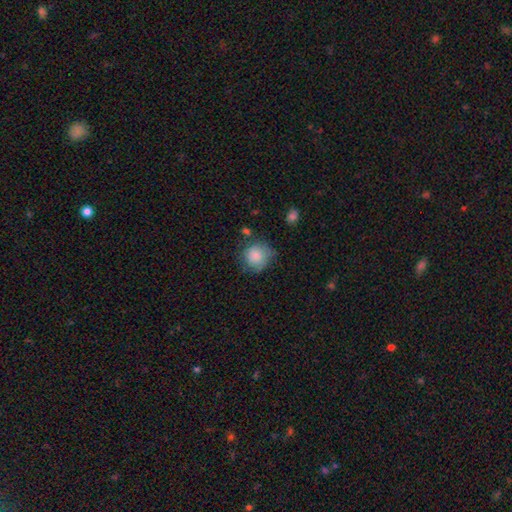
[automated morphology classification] Overall: smooth (82%). How rounded: round (85%). Merging: none (63%; minor disturbance 25%).